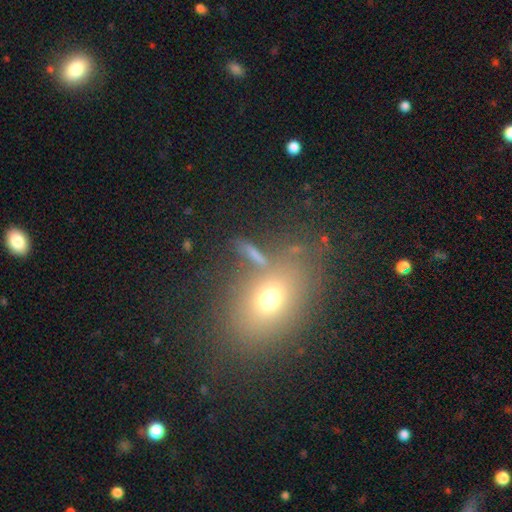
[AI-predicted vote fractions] Morphology: type=smooth (58%); roundness=in between (55%); merging=none (68%).